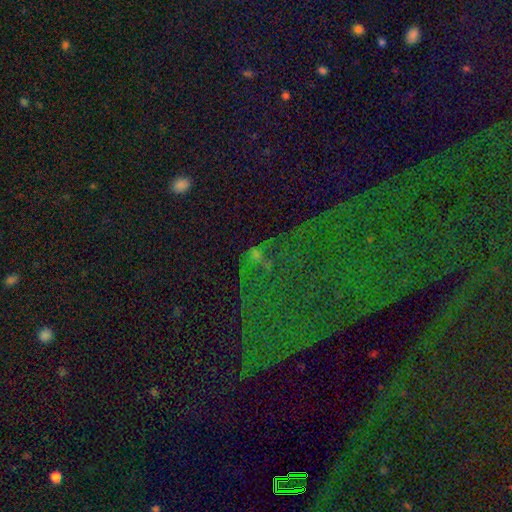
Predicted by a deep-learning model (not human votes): Overall: star or artifact (62%).